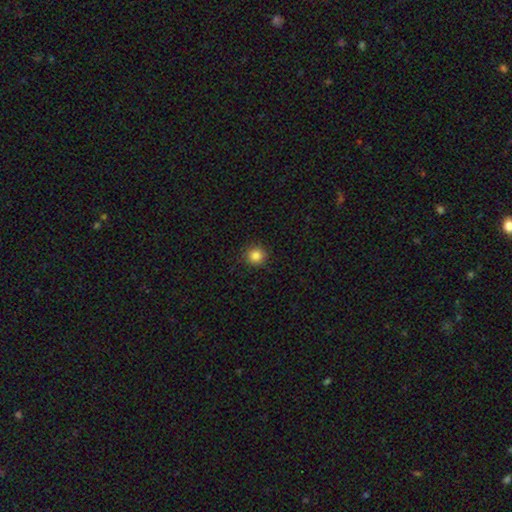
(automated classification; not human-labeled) smooth 84%, star or artifact 11%, featured or disk 5%. Down the decision tree: how rounded — round (94%); merging — none (91%).